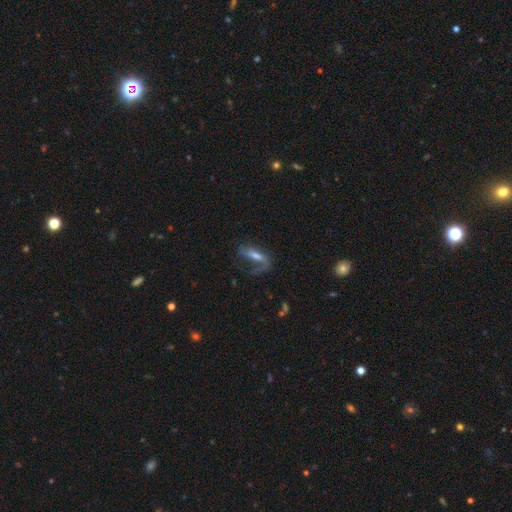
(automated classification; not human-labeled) Smooth or featured? Predicted: featured or disk (p=0.62). Edge-on disk? Predicted: no (p=0.80). Merging? Predicted: none (p=0.42).